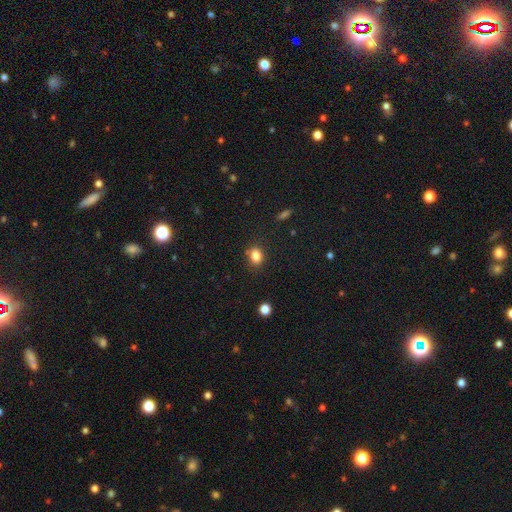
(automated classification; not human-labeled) smooth_or_featured: smooth (p=0.84) [alt: star or artifact p=0.11]
how_rounded: in between (p=0.60) [alt: round p=0.39]
merging: none (p=0.78) [alt: minor disturbance p=0.13]